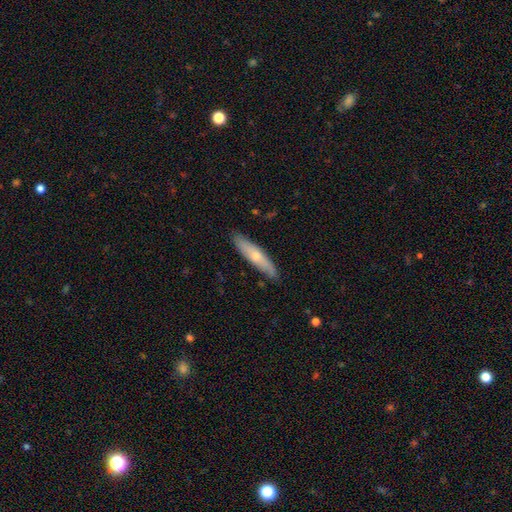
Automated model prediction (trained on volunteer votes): Smooth or featured?
  - smooth: 57% *
  - featured or disk: 37%
  - star or artifact: 6%
How rounded?
  - cigar-shaped: 82% *
  - in between: 16%
  - round: 2%
Merging?
  - none: 86% *
  - minor disturbance: 11%
  - major disturbance: 2%
  - merger: 1%